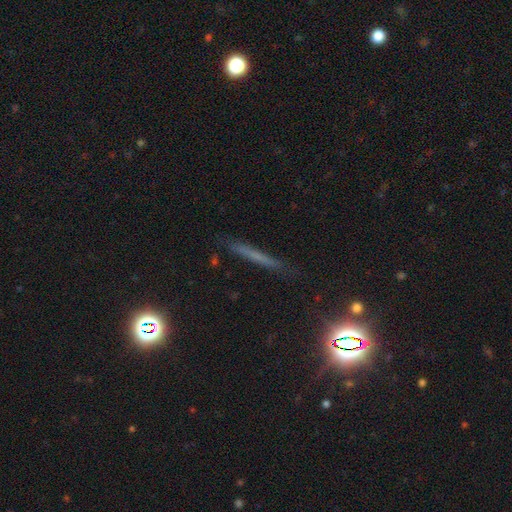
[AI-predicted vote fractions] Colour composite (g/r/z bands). It shows a smooth galaxy with no disk features (42%). Merging: none (84%).